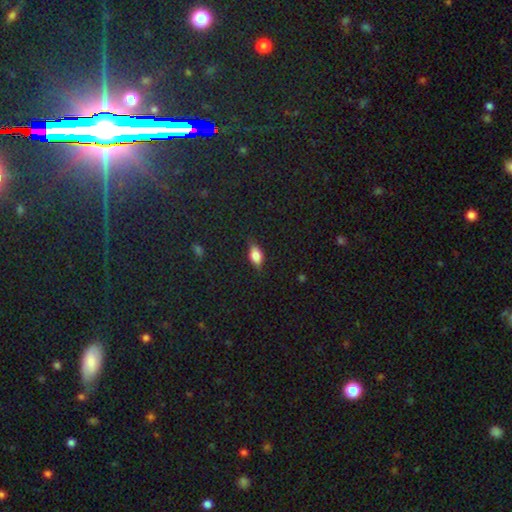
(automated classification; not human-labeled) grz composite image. It shows a smooth galaxy with no disk features (72%) that is in between round and cigar-shaped (83%). Merging: none (80%).